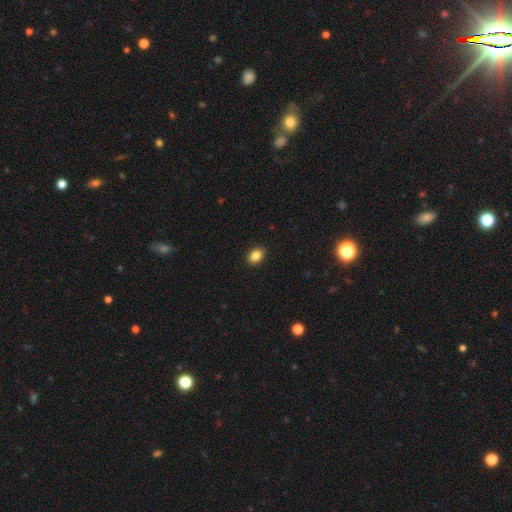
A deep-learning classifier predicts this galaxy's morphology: smooth-or-featured: smooth: 86% | star or artifact: 9% | featured or disk: 4%
  how-rounded: in between: 71% | round: 28% | cigar-shaped: 1%
  merging: none: 91% | minor disturbance: 6% | major disturbance: 2% | merger: 1%